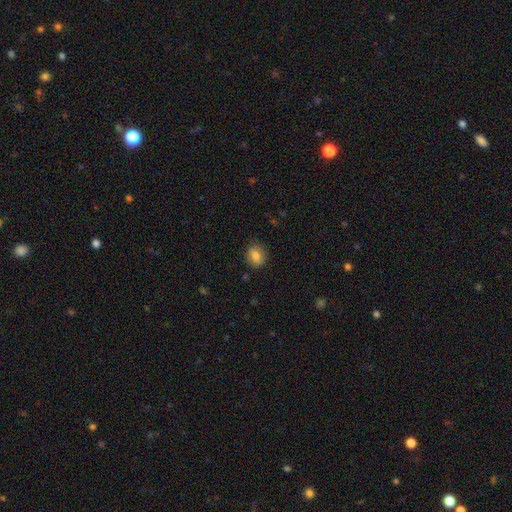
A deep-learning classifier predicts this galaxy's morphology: This is likely a smooth galaxy (77%). How rounded: possibly round (54%). Merging: clearly none (84%).